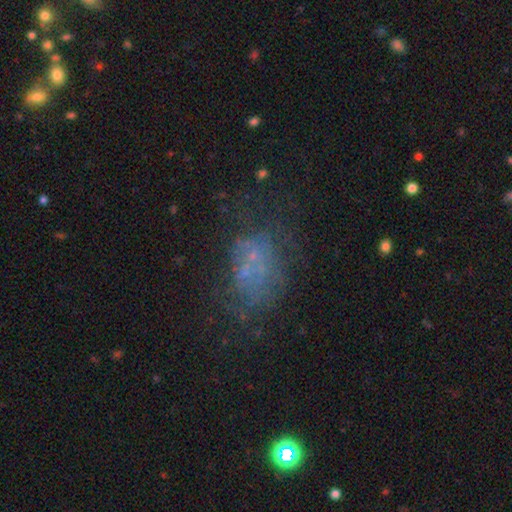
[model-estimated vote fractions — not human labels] smooth_or_featured: featured or disk (p=0.39) [alt: smooth p=0.36]
merging: none (p=0.44) [alt: major disturbance p=0.26]